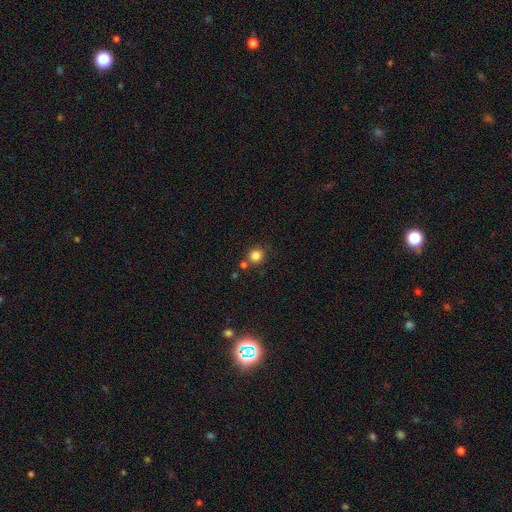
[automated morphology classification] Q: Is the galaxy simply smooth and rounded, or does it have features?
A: smooth — 83%.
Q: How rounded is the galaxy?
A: round — 91%.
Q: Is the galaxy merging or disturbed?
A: none — 76%.